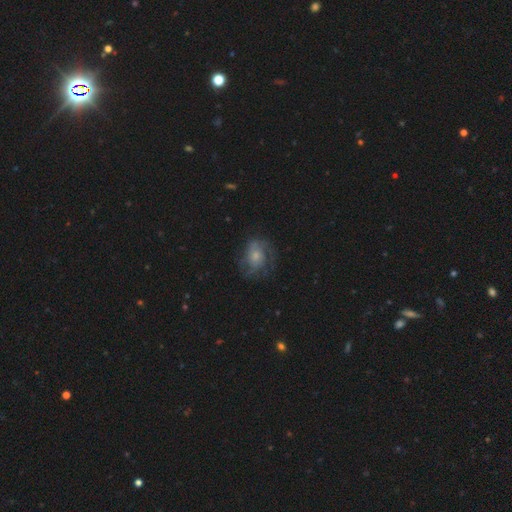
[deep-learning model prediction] Smooth or featured? featured or disk (58%)
Edge-on disk? no (97%)
Bar? no (76%)
Spiral arms? yes (78%)
Bulge size? small (47%)
Merging? none (58%)